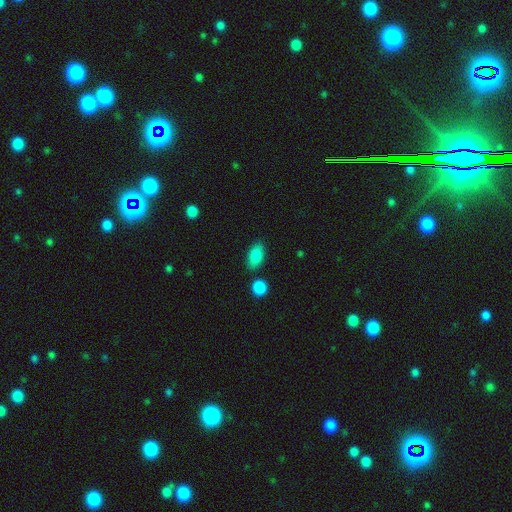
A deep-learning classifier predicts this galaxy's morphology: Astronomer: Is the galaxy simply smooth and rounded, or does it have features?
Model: smooth — 85%.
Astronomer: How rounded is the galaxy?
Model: in between — 90%.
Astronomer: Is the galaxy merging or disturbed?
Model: none — 79%.